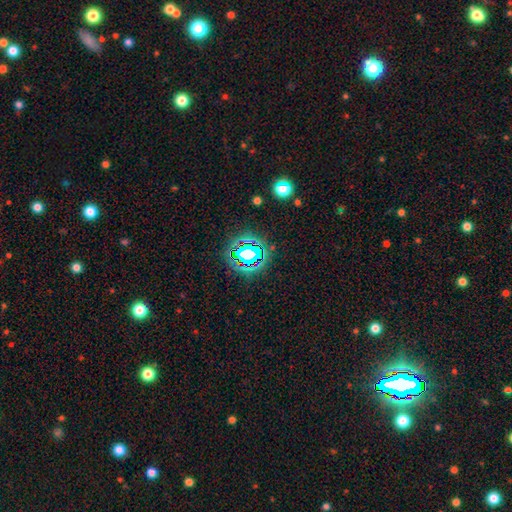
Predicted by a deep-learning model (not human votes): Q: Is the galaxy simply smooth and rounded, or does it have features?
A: star or artifact — 77%.